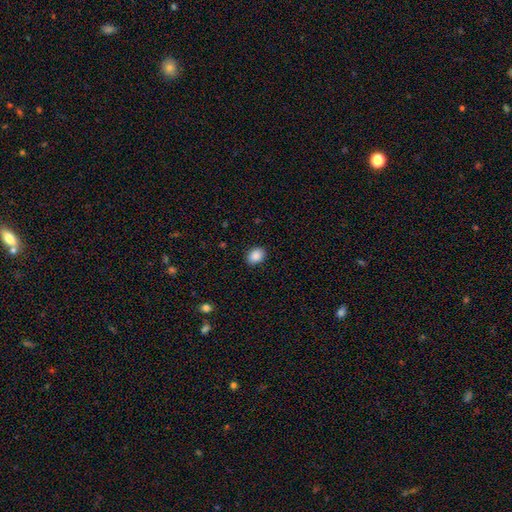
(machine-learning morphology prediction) Overall: smooth (89%). How rounded: in between (68%; round 31%). Merging: none (89%).